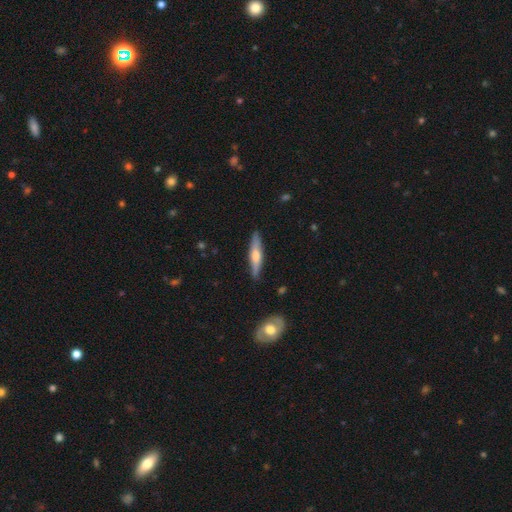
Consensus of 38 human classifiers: Smooth or featured? 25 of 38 (66%) said featured or disk. Edge-on disk? 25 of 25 (100%) said yes. Edge-on bulge? 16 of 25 (64%) said rounded. Merging? 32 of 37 (86%) said none.